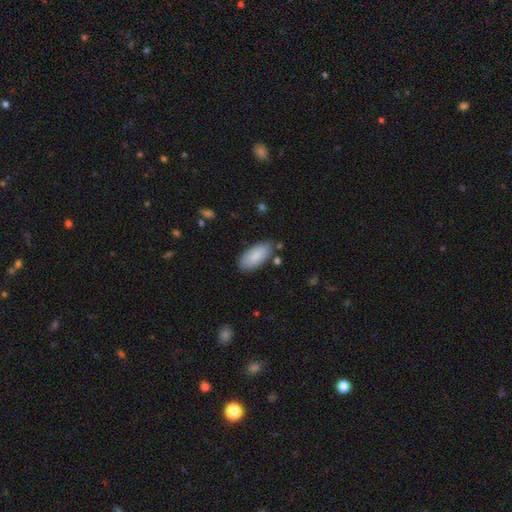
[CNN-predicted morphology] Smooth or featured?
  - smooth: 87% *
  - featured or disk: 8%
  - star or artifact: 6%
How rounded?
  - in between: 91% *
  - cigar-shaped: 7%
  - round: 2%
Merging?
  - none: 81% *
  - minor disturbance: 13%
  - merger: 3%
  - major disturbance: 3%